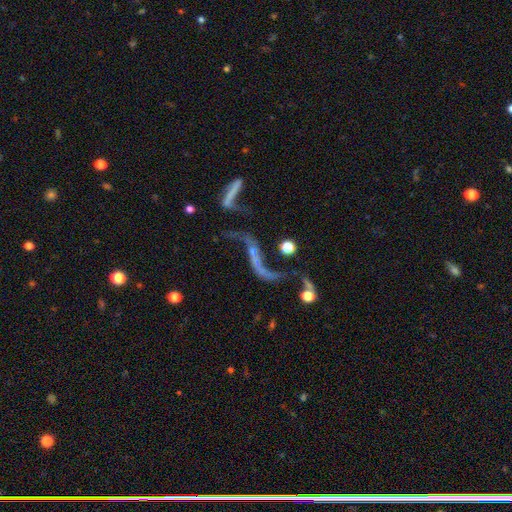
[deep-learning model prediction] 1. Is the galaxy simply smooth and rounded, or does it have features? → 73% featured or disk, 16% star or artifact, 11% smooth.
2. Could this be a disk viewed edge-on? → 86% no, 14% yes.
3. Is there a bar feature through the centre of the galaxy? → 52% no, 30% weak, 18% strong.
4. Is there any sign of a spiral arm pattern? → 81% yes, 19% no.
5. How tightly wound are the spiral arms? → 91% loose, 6% medium, 3% tight.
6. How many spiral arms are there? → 84% 2, 9% 1, 3% can't tell, 1% 3, 1% 4, 1% more than 4.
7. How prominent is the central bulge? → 43% small, 40% none, 12% moderate, 2% large, 2% dominant.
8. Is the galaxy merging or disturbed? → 38% none, 24% major disturbance, 23% merger, 14% minor disturbance.